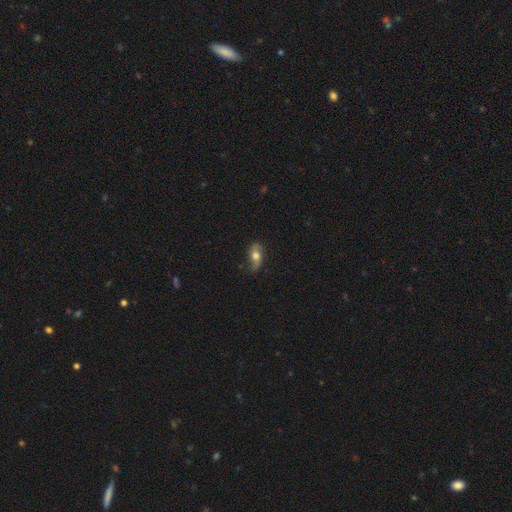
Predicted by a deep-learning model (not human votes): The model was most divided on "smooth or featured": featured or disk: 50%, smooth: 42%, star or artifact: 8%. More confident: merging — none (70%).